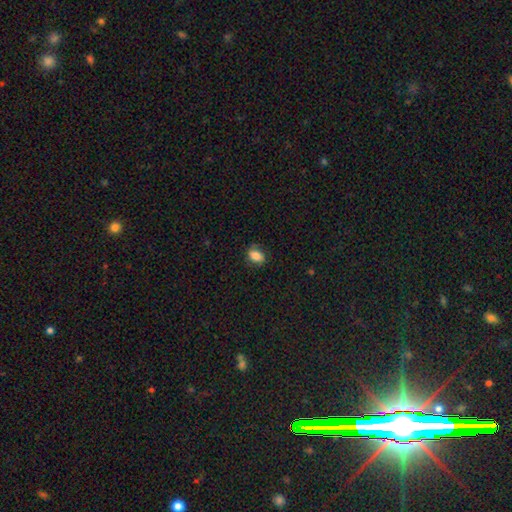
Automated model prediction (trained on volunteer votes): Overall: smooth (79%). How rounded: in between (73%). Merging: none (73%).